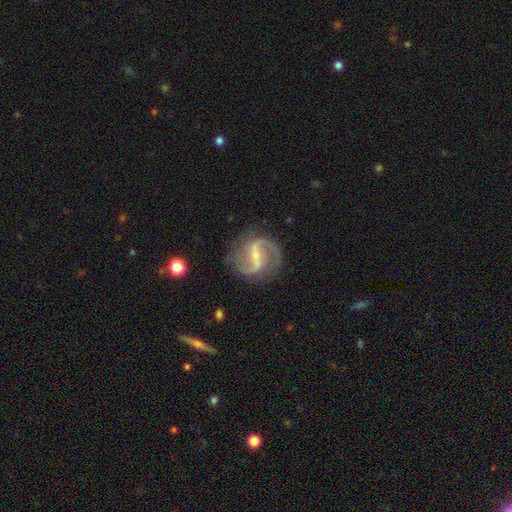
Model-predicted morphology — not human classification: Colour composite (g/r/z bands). It shows a featured or disk galaxy (90%) with a strong bar (50%), 2 (92%) loose (45%, tied with medium) spiral arms (97%) and a small central bulge (66%). Merging: none (80%).